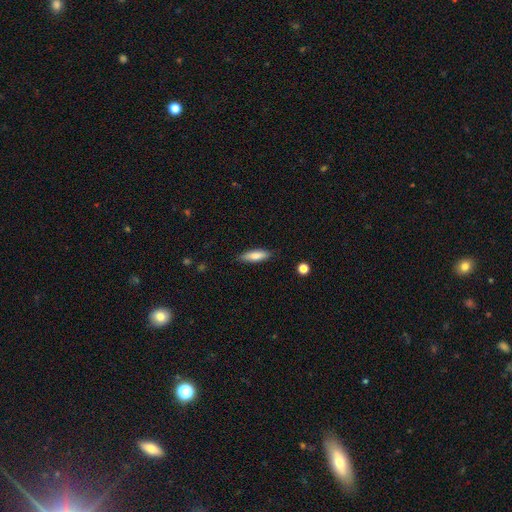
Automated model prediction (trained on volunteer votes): smooth_or_featured: smooth (p=0.82) [alt: featured or disk p=0.12]
how_rounded: cigar-shaped (p=0.53) [alt: in between p=0.45]
merging: none (p=0.84) [alt: minor disturbance p=0.12]